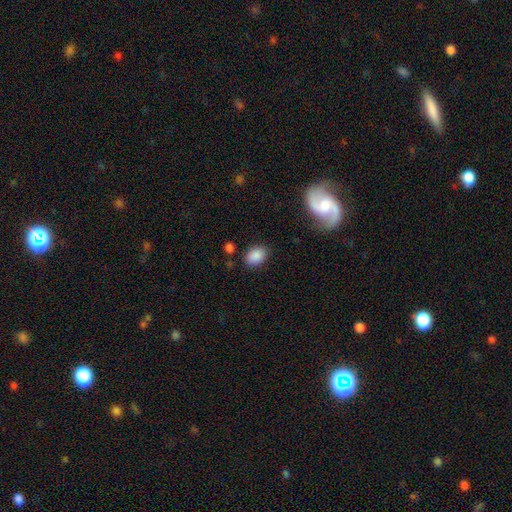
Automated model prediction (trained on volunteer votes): smooth_or_featured: smooth (p=0.87) [alt: star or artifact p=0.09]
how_rounded: in between (p=0.76) [alt: round p=0.23]
merging: none (p=0.81) [alt: minor disturbance p=0.13]